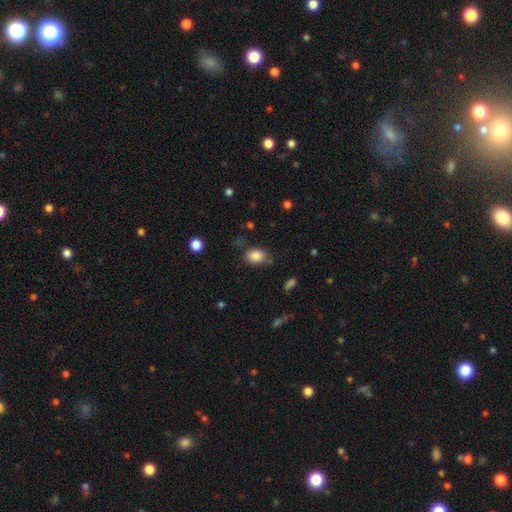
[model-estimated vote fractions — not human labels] Smooth or featured?
  - smooth: 85% *
  - star or artifact: 9%
  - featured or disk: 6%
How rounded?
  - in between: 73% *
  - round: 25%
  - cigar-shaped: 1%
Merging?
  - none: 72% *
  - minor disturbance: 19%
  - major disturbance: 6%
  - merger: 3%